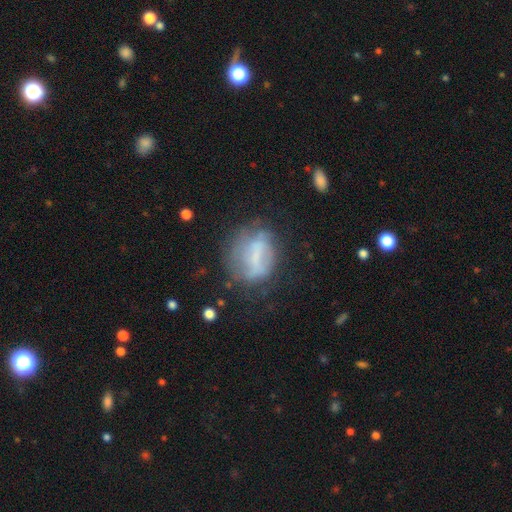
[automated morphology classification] Smooth or featured? Predicted: featured or disk (p=0.46). Merging? Predicted: none (p=0.52).